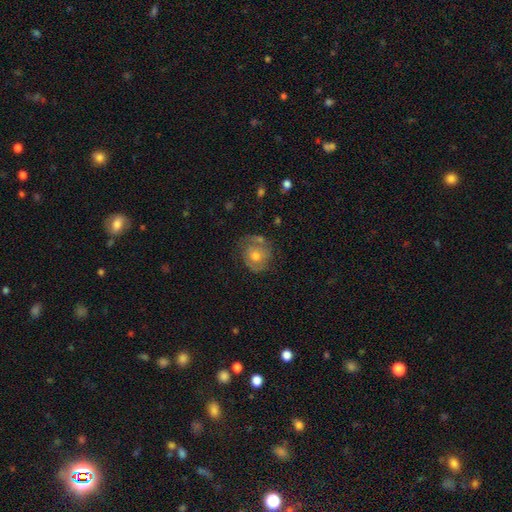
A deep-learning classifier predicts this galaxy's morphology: Smooth or featured: featured or disk — 51% (smooth — 39%)
Edge-on disk: no — 97% (yes — 3%)
Merging: none — 64% (minor disturbance — 21%)